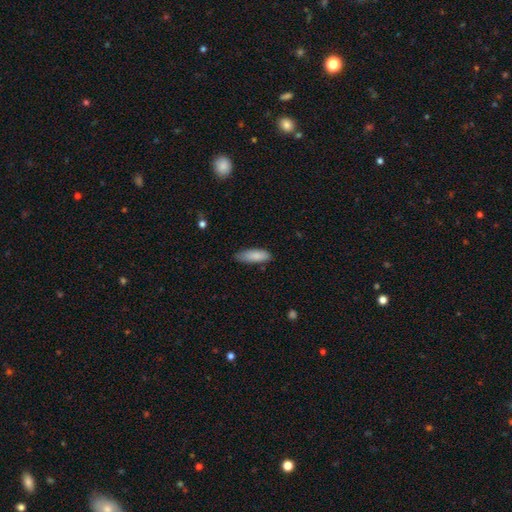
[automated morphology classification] Q: Smooth or featured?
A: smooth (85%); runner-up: featured or disk (9%)
Q: How rounded?
A: in between (63%); runner-up: cigar-shaped (35%)
Q: Merging?
A: none (69%); runner-up: minor disturbance (26%)